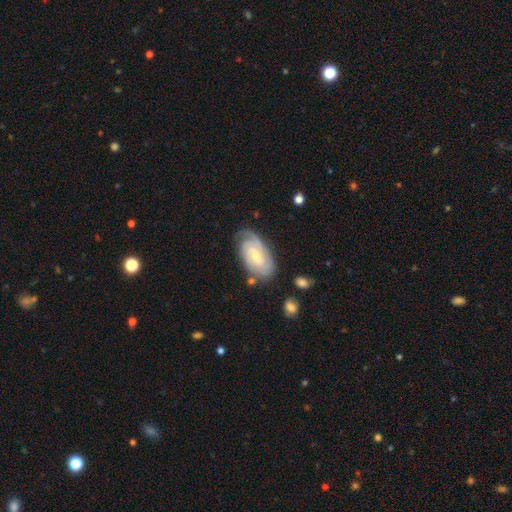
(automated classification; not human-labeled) Smooth or featured? Predicted: featured or disk (p=0.75). Edge-on disk? Predicted: no (p=0.95). Bar? Predicted: weak (p=0.51). Spiral arms? Predicted: yes (p=0.94). Spiral winding? Predicted: tight (p=0.64). Spiral arm count? Predicted: 2 (p=0.38). Bulge size? Predicted: small (p=0.60). Merging? Predicted: none (p=0.69).